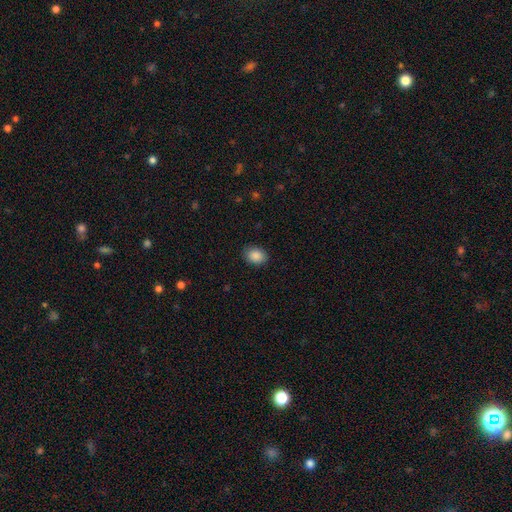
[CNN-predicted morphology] This is clearly a smooth galaxy (89%). How rounded: likely in between (65%). Merging: clearly none (88%).